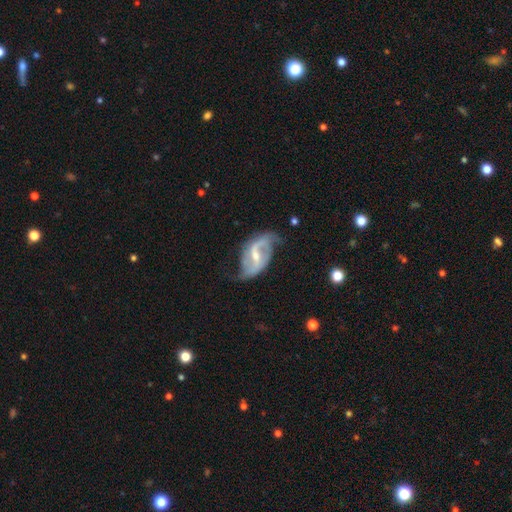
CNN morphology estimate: Overall: featured or disk (87%). Edge-on disk: no (96%). Bar: weak (44%; strong 43%). Spiral arms: yes (93%). Spiral arm count: 2 (89%). Spiral winding: loose (57%; medium 32%). Bulge size: moderate (48%; small 46%). Merging: none (60%; minor disturbance 25%).